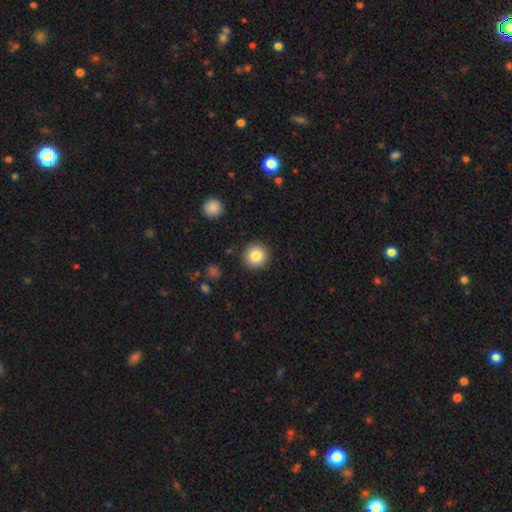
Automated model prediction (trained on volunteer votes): A smooth galaxy with no disk features (83%) that is round (95%).

Vote fractions:
- Smooth or featured? smooth: 83% / star or artifact: 10% / featured or disk: 7%
- How rounded? round: 95% / in between: 4% / cigar-shaped: 1%
- Merging? none: 91% / minor disturbance: 6% / major disturbance: 2% / merger: 1%